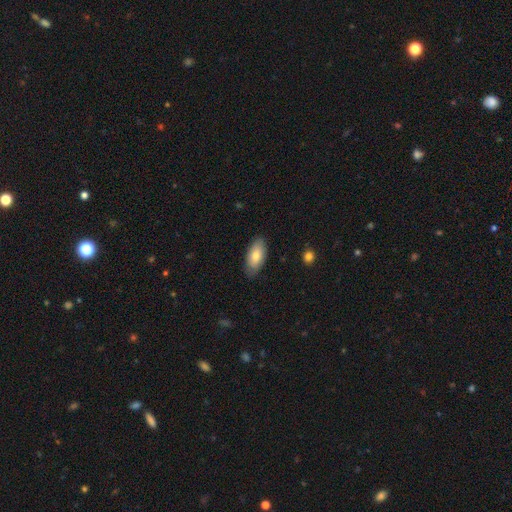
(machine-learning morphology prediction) type=smooth (77%); roundness=in between (91%); merging=none (81%).